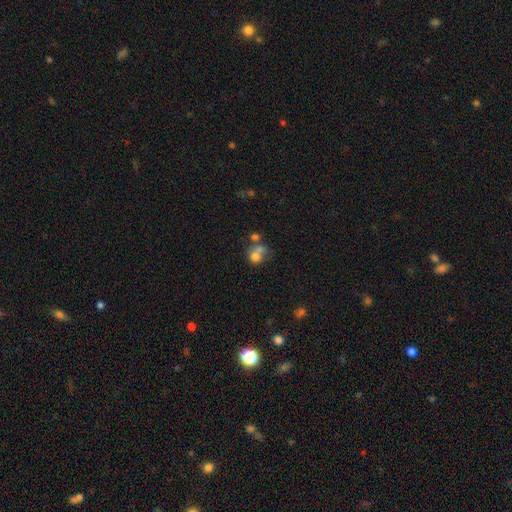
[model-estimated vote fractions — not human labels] A smooth galaxy with no disk features (70%) that is round (65%). Merging: merger (49%).